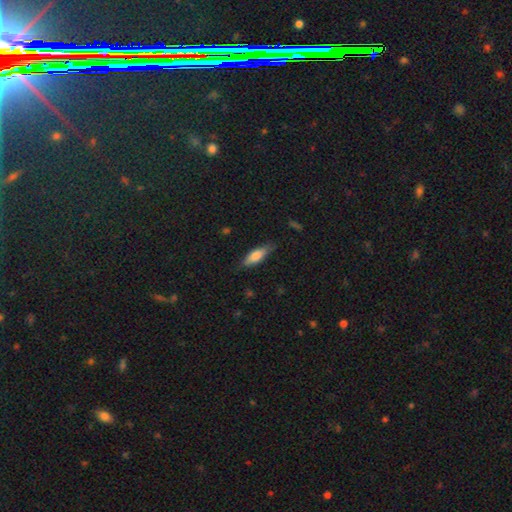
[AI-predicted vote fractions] smooth-or-featured: smooth: 73% | featured or disk: 21% | star or artifact: 6%
  how-rounded: in between: 57% | cigar-shaped: 41% | round: 2%
  merging: none: 77% | minor disturbance: 18% | major disturbance: 4% | merger: 1%